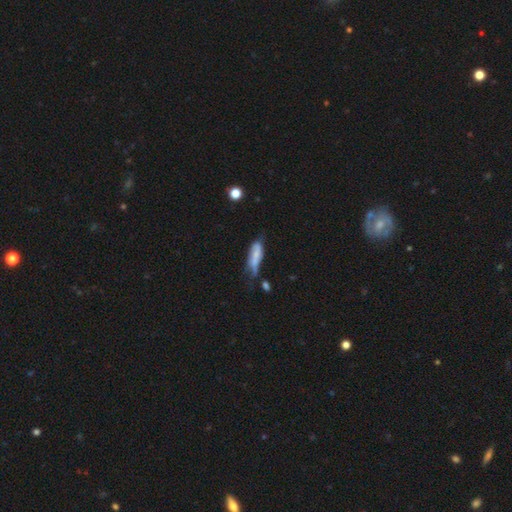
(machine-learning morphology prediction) Smooth or featured: smooth — 63% (featured or disk — 28%)
How rounded: in between — 52% (cigar-shaped — 45%)
Merging: minor disturbance — 36% (none — 28%)